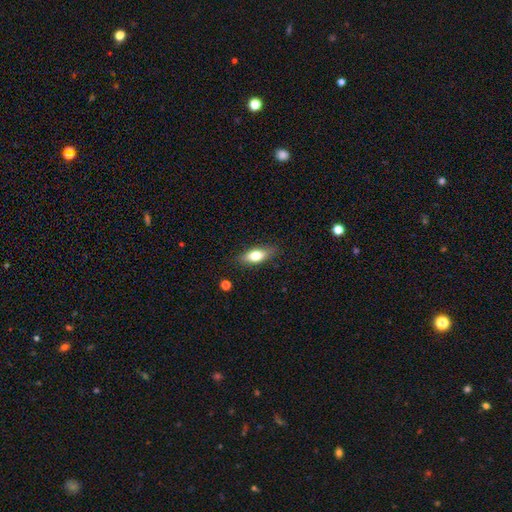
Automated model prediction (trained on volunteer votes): smooth 71%, featured or disk 21%, star or artifact 7%. Down the decision tree: how rounded — in between (74%); merging — none (83%).